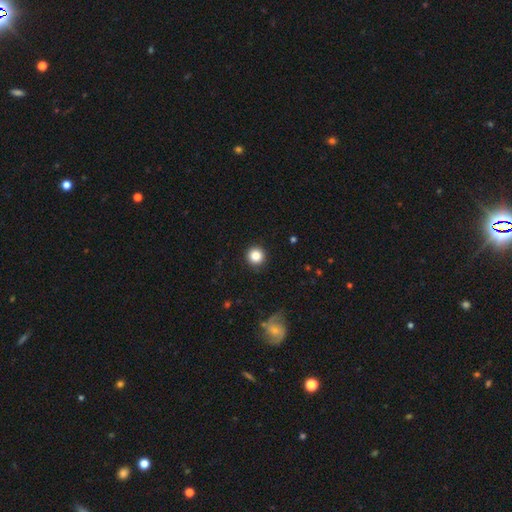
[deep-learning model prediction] This appears to be a smooth galaxy with no disk features (85%) that is round (95%). Merging: none (91%).